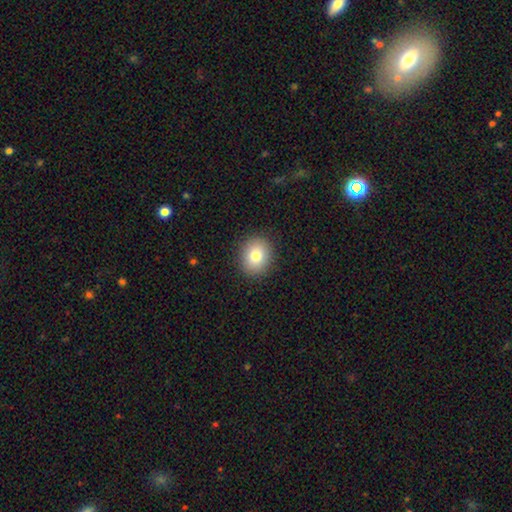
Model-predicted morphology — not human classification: Q: Smooth or featured?
A: smooth (81%); runner-up: star or artifact (10%)
Q: How rounded?
A: round (72%); runner-up: in between (27%)
Q: Merging?
A: none (90%); runner-up: minor disturbance (7%)